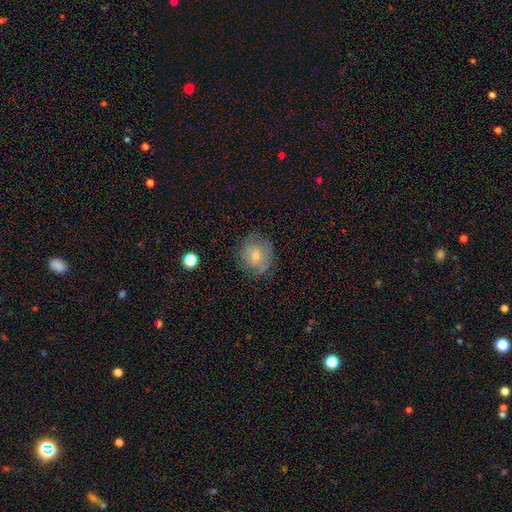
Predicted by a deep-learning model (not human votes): Morphology: type=smooth (47%); merging=none (76%).